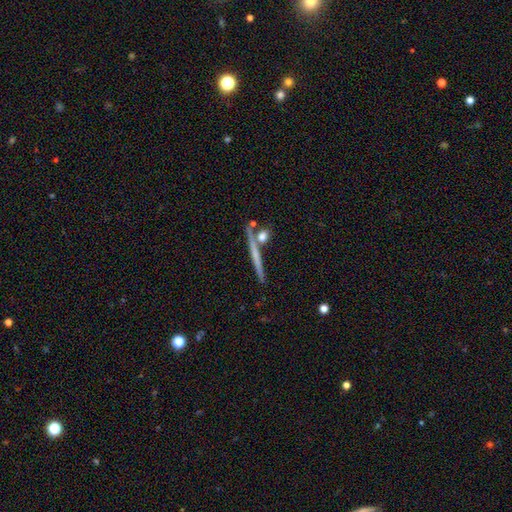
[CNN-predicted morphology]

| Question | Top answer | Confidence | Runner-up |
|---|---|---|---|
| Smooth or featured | featured or disk | 50% | smooth (42%) |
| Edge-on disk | yes | 96% | no (4%) |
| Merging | none | 79% | merger (10%) |